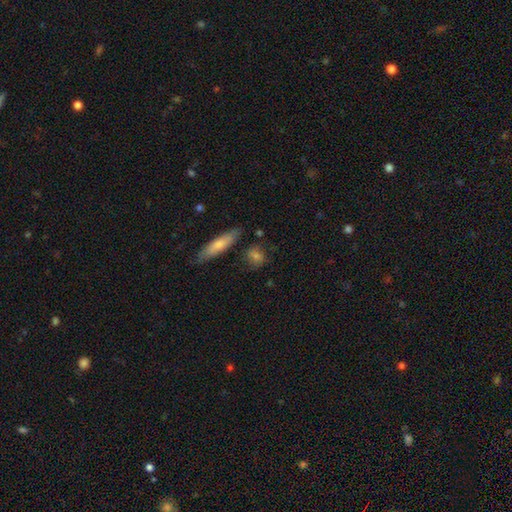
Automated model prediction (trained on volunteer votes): Smooth or featured?
  - smooth: 68% *
  - featured or disk: 21%
  - star or artifact: 12%
How rounded?
  - in between: 40% *
  - round: 33%
  - cigar-shaped: 28%
Merging?
  - none: 75% *
  - minor disturbance: 15%
  - merger: 5%
  - major disturbance: 4%